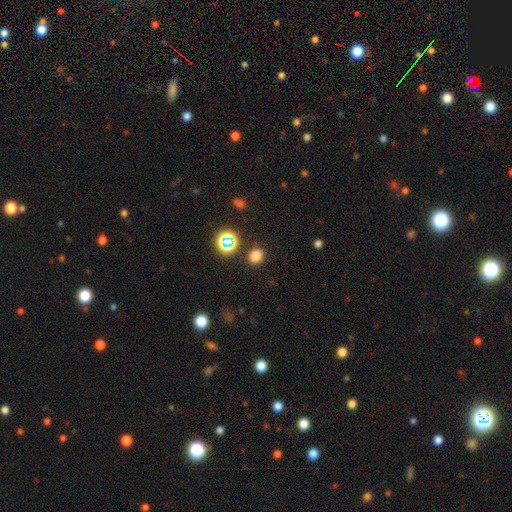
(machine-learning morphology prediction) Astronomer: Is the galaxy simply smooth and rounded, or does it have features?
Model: smooth — 76%.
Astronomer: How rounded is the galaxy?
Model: round — 74%.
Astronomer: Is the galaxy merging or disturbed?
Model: none — 87%.